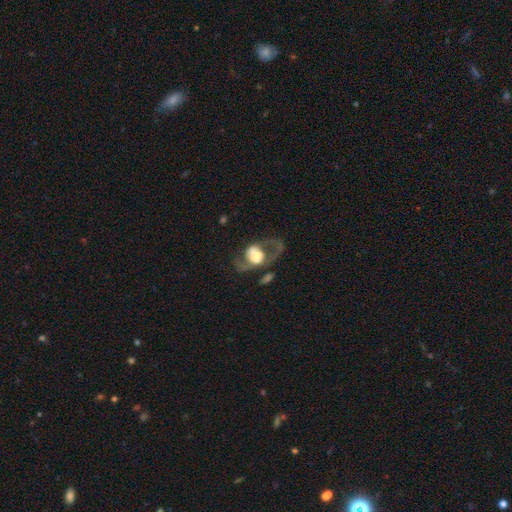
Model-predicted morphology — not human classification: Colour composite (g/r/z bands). It shows a featured or disk galaxy (59%) with no bar (74%), no spiral arms (51%) and a large central bulge (43%). Merging: major disturbance (38%).